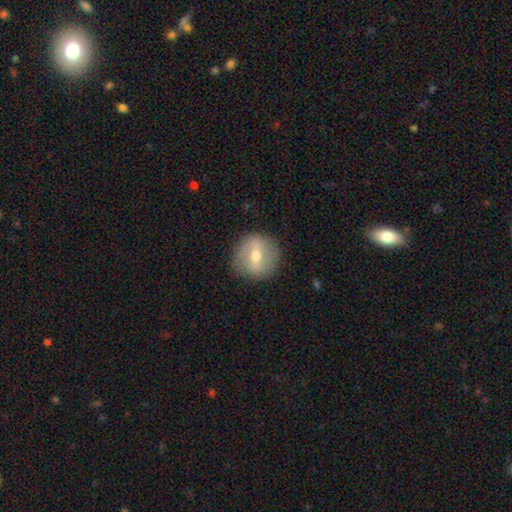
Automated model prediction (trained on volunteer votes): Smooth or featured? Predicted: featured or disk (p=0.49). Merging? Predicted: none (p=0.85).